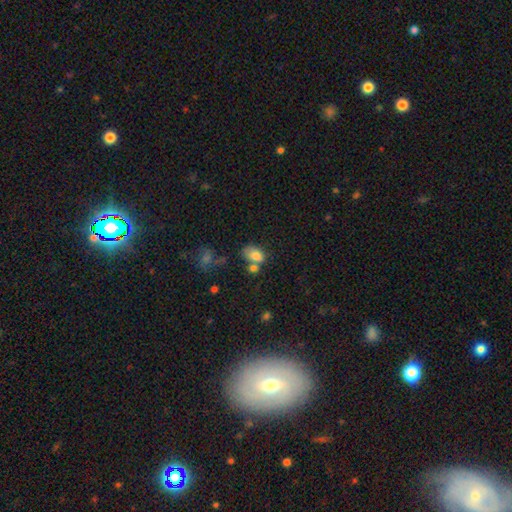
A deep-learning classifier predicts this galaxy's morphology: The model was most divided on "merging" (2-way tie): merger: 36%, none: 36%, minor disturbance: 19%, major disturbance: 9%. More confident: how rounded — in between (81%); smooth or featured — smooth (78%).